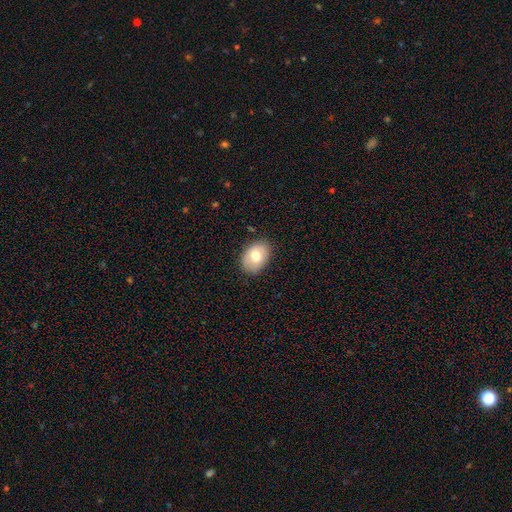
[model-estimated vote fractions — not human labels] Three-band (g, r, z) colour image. It shows a smooth galaxy with no disk features (73%) that is in between round and cigar-shaped (79%). Merging: none (83%).